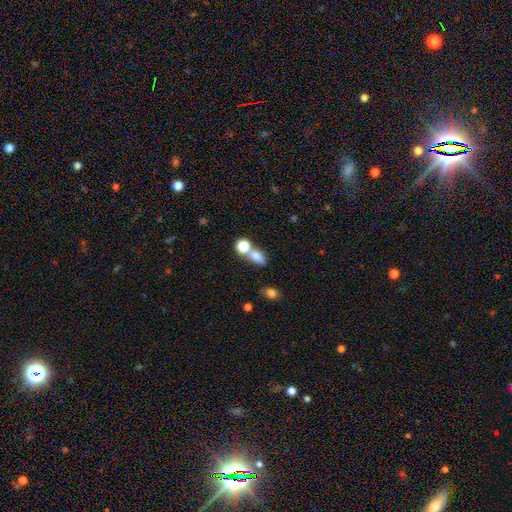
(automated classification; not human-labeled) Morphology: type=smooth (75%); roundness=in between (67%); merging=none (45%).